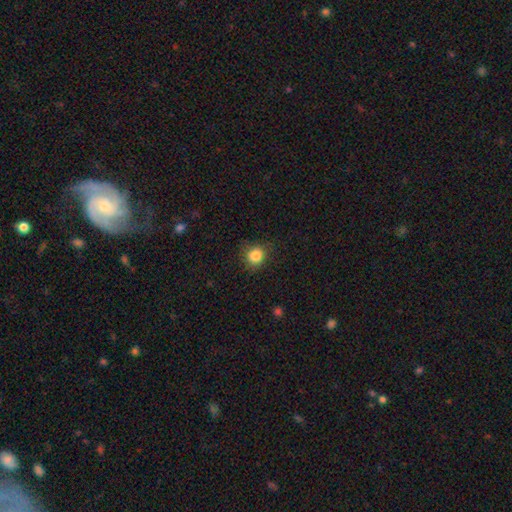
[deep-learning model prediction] Smooth or featured? Predicted: smooth (p=0.85). How rounded? Predicted: round (p=0.82). Merging? Predicted: none (p=0.81).